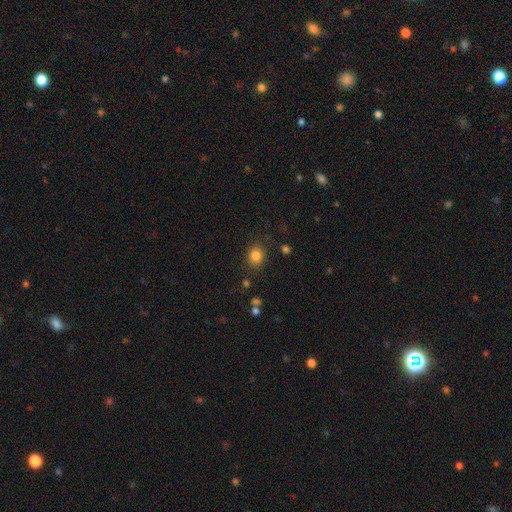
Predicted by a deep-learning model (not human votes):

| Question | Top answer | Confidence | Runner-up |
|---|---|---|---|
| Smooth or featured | smooth | 83% | star or artifact (11%) |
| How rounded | round | 61% | in between (38%) |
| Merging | none | 82% | minor disturbance (11%) |